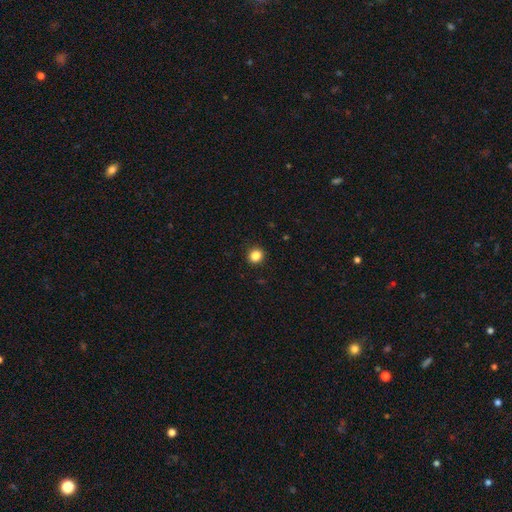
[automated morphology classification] smooth_or_featured: smooth (p=0.86) [alt: star or artifact p=0.11]
how_rounded: round (p=0.88) [alt: in between p=0.12]
merging: none (p=0.92) [alt: minor disturbance p=0.05]